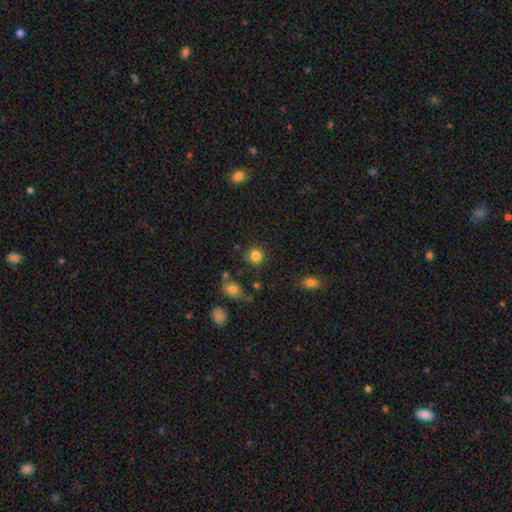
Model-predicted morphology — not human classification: This is clearly a smooth galaxy (84%). How rounded: clearly round (88%). Merging: clearly none (81%).